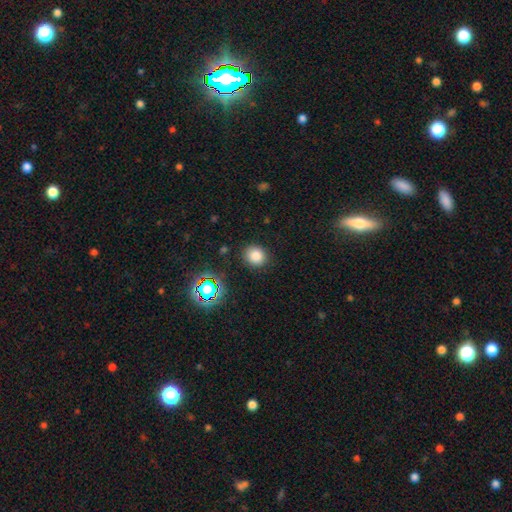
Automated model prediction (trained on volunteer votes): A smooth galaxy with no disk features (80%) that is round (83%). Merging: none (88%).